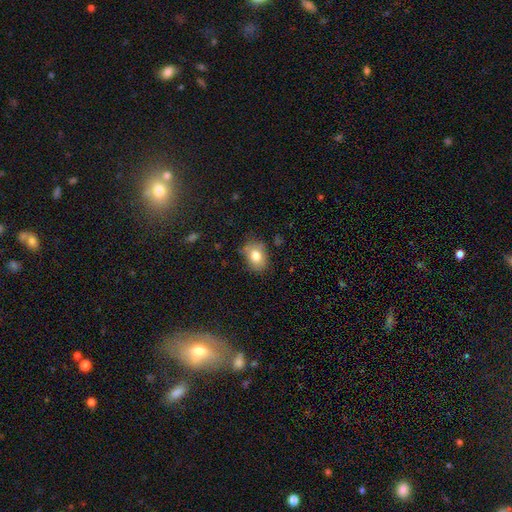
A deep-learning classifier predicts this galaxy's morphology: Overall: smooth (79%). How rounded: in between (68%; round 31%). Merging: none (73%).